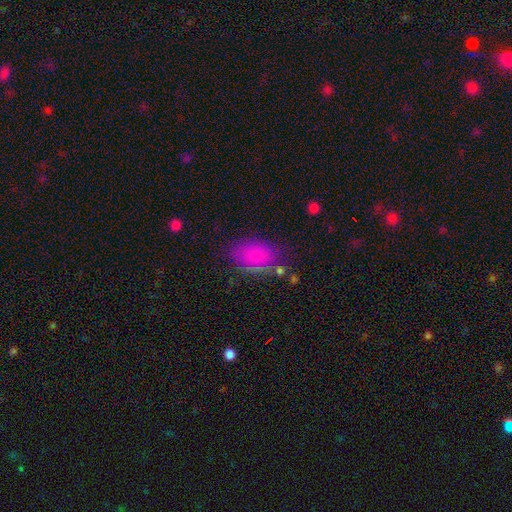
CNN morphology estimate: smooth 73%, star or artifact 14%, featured or disk 13%. Down the decision tree: how rounded — in between (86%); merging — none (66%).